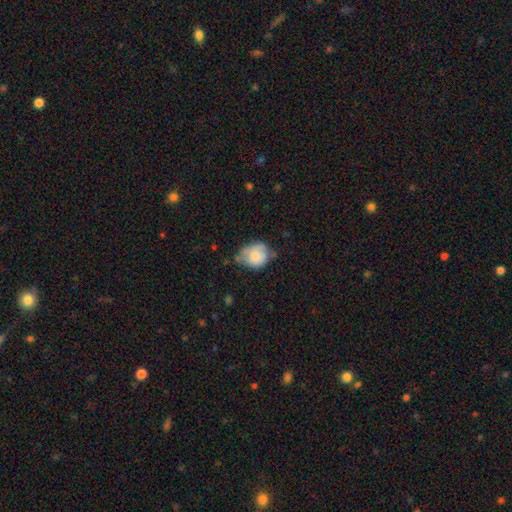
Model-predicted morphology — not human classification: smooth-or-featured: smooth: 75% | featured or disk: 18% | star or artifact: 8%
  how-rounded: round: 59% | in between: 40% | cigar-shaped: 1%
  merging: none: 42% | minor disturbance: 40% | major disturbance: 12% | merger: 6%